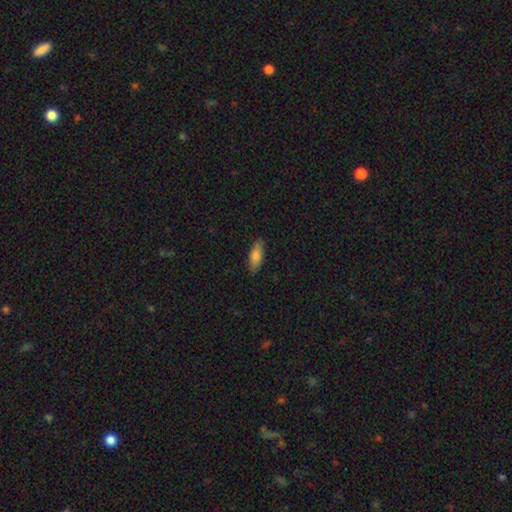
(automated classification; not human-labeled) smooth 82%, featured or disk 12%, star or artifact 6%. Down the decision tree: how rounded — in between (67%); merging — none (87%).